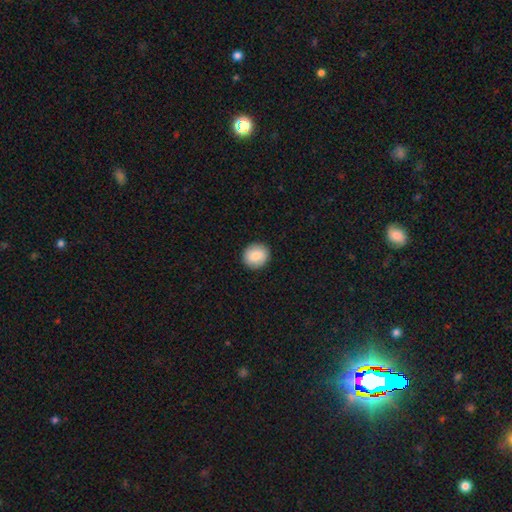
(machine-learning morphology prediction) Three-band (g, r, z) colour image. It shows a smooth galaxy with no disk features (87%) that is round (86%). Merging: none (91%).